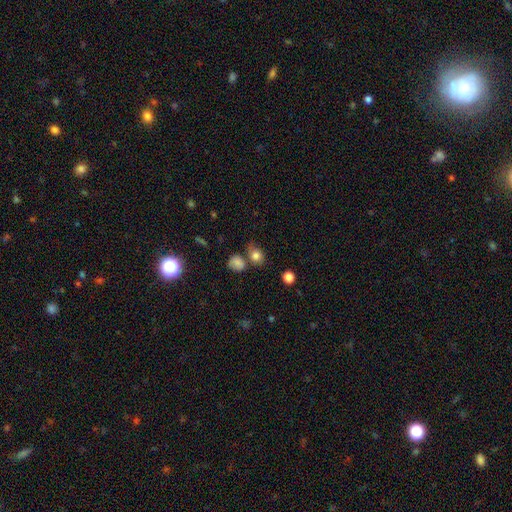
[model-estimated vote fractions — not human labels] smooth-or-featured: smooth: 80% | star or artifact: 12% | featured or disk: 8%
  how-rounded: round: 61% | in between: 38% | cigar-shaped: 1%
  merging: none: 58% | minor disturbance: 20% | merger: 15% | major disturbance: 7%